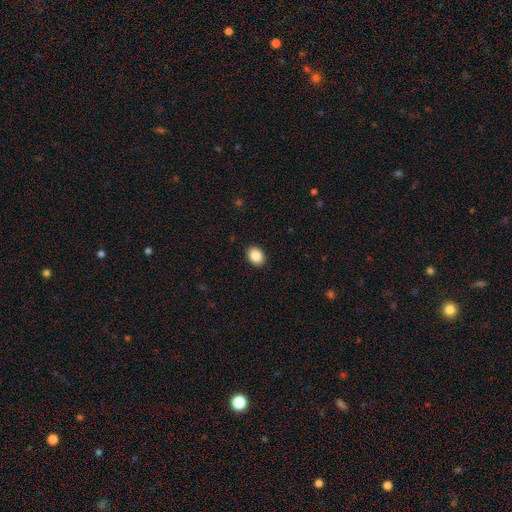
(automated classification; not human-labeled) Smooth or featured: smooth — 87% (star or artifact — 8%)
How rounded: in between — 61% (round — 38%)
Merging: none — 91% (minor disturbance — 6%)